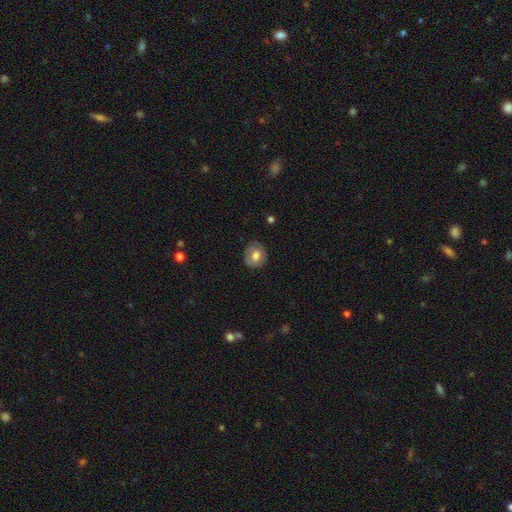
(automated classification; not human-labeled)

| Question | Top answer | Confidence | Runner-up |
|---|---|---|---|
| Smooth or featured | smooth | 70% | featured or disk (22%) |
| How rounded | round | 69% | in between (30%) |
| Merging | none | 79% | minor disturbance (16%) |